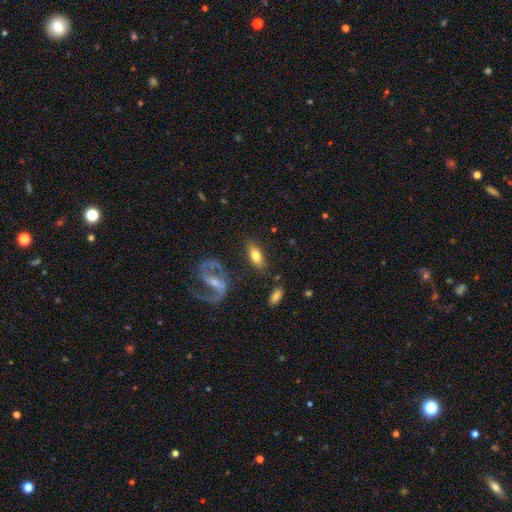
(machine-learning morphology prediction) smooth_or_featured: smooth (p=0.61) [alt: featured or disk p=0.32]
how_rounded: in between (p=0.79) [alt: cigar-shaped p=0.15]
merging: none (p=0.75) [alt: minor disturbance p=0.14]